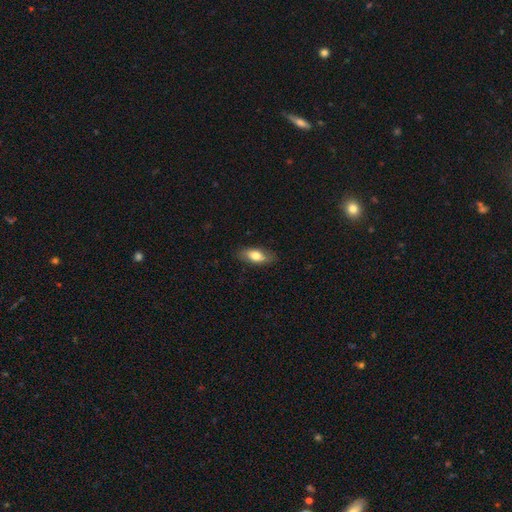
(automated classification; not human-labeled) The model was most divided on "smooth or featured": smooth: 74%, featured or disk: 19%, star or artifact: 6%. More confident: merging — none (83%); how rounded — in between (81%).